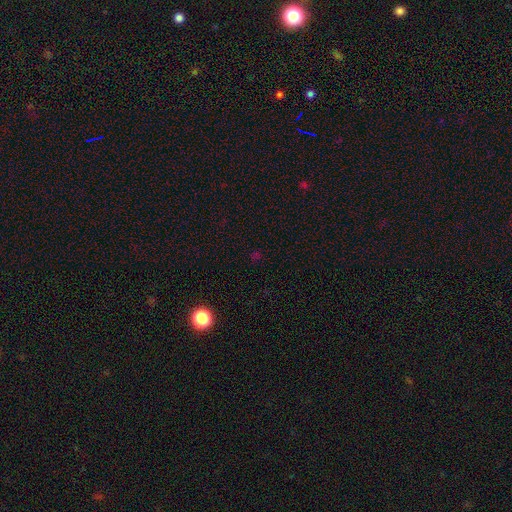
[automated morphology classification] smooth-or-featured: star or artifact: 62% | smooth: 31% | featured or disk: 7%